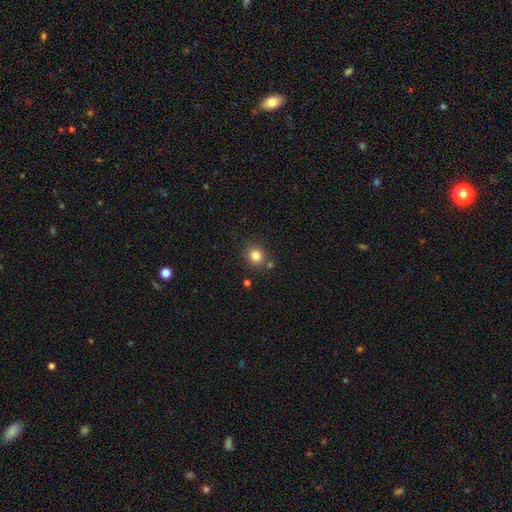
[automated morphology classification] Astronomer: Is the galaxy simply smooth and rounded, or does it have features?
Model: smooth — 83%.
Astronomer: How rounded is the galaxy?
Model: round — 84%.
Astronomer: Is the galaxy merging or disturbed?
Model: none — 79%.